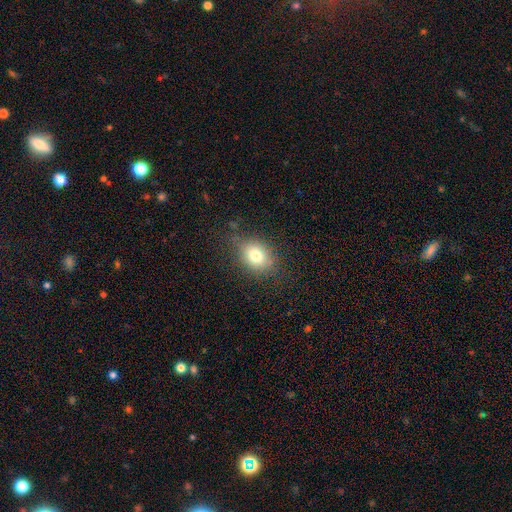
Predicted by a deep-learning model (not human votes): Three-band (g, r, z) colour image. It shows a smooth galaxy with no disk features (77%) that is in between round and cigar-shaped (55%). Merging: none (78%).